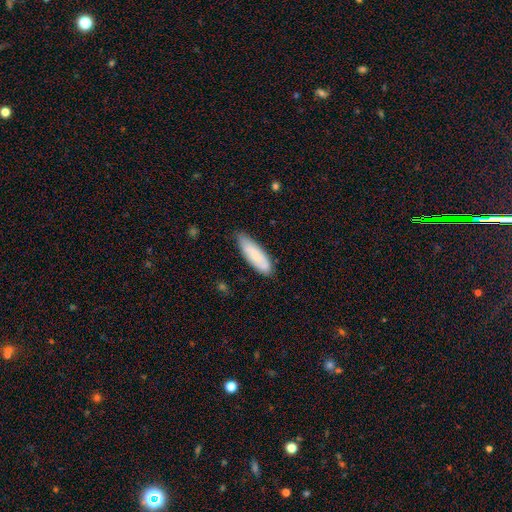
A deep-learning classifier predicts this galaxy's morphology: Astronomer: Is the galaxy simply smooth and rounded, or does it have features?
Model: smooth — 81%.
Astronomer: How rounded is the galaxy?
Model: in between — 50% (runner-up: cigar-shaped, 49%).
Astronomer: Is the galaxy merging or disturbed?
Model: none — 73%.